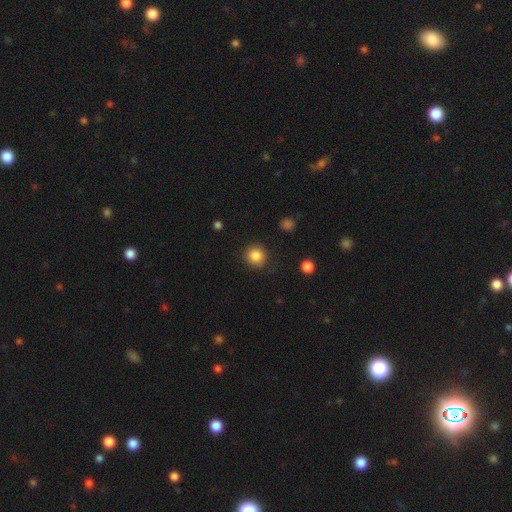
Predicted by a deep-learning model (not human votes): Smooth or featured?
  - smooth: 85% *
  - star or artifact: 10%
  - featured or disk: 4%
How rounded?
  - round: 91% *
  - in between: 8%
  - cigar-shaped: 1%
Merging?
  - none: 87% *
  - minor disturbance: 9%
  - major disturbance: 3%
  - merger: 1%